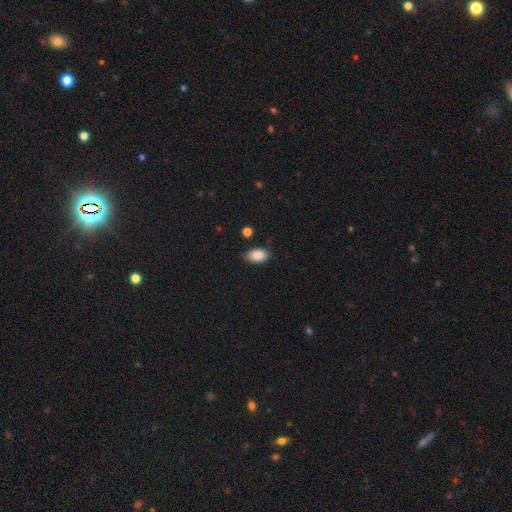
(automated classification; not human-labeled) Smooth or featured: smooth — 88% (star or artifact — 7%)
How rounded: in between — 92% (round — 6%)
Merging: none — 79% (minor disturbance — 16%)